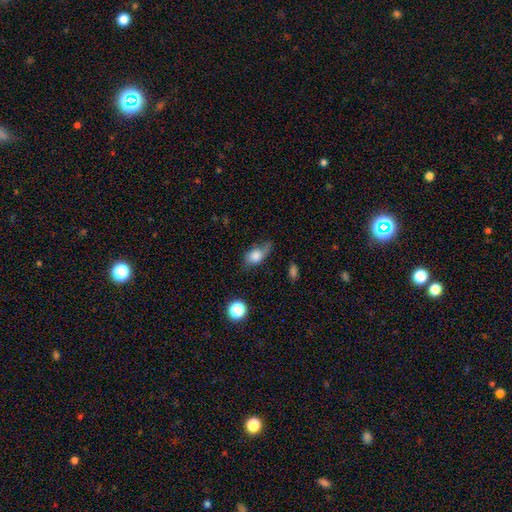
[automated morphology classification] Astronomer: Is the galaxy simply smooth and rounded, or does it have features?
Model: smooth — 74%.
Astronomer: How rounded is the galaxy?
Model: in between — 74%.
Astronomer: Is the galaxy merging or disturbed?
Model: none — 41% (runner-up: minor disturbance, 36%).